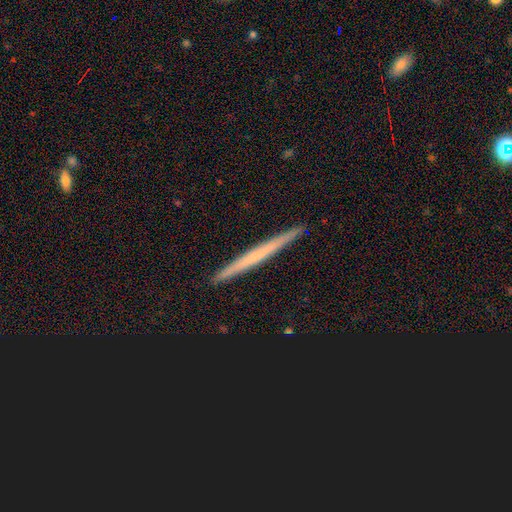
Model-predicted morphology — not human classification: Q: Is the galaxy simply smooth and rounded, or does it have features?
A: featured or disk — 47%.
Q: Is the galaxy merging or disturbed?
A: none — 93%.